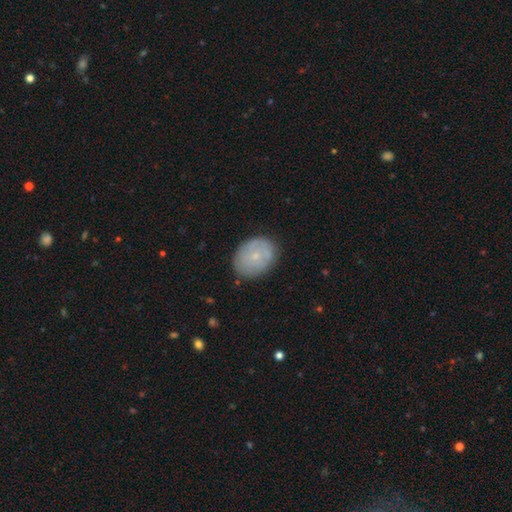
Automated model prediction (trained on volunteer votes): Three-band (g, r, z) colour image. It shows a smooth galaxy with no disk features (54%) that is in between round and cigar-shaped (59%). Merging: none (78%).